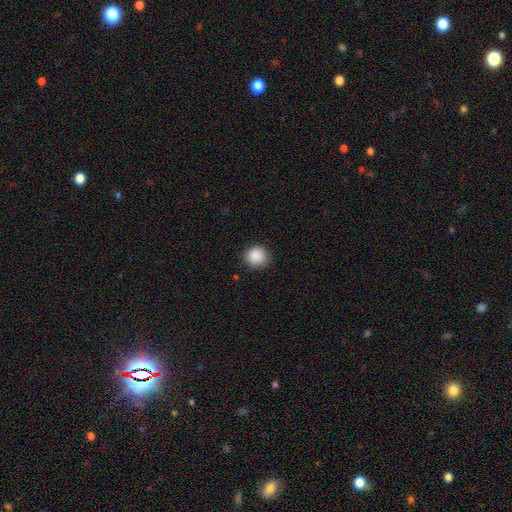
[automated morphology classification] Smooth or featured: smooth — 89% (star or artifact — 8%)
How rounded: round — 91% (in between — 8%)
Merging: none — 89% (minor disturbance — 8%)